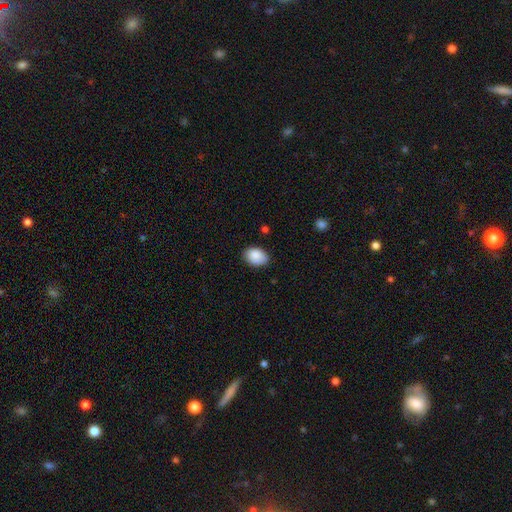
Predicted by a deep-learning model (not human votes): smooth_or_featured: smooth (p=0.88) [alt: star or artifact p=0.07]
how_rounded: in between (p=0.77) [alt: round p=0.22]
merging: none (p=0.77) [alt: minor disturbance p=0.19]